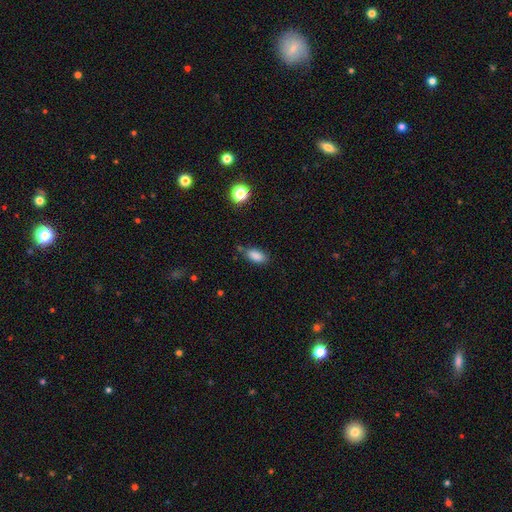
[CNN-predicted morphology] Smooth or featured? smooth (86%)
How rounded? in between (88%)
Merging? none (72%)